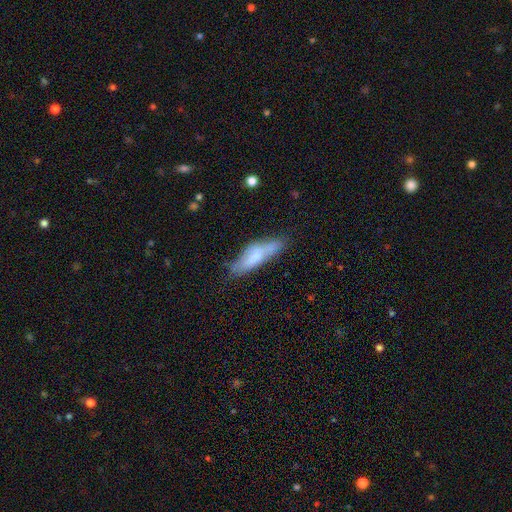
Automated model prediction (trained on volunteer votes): Q: Smooth or featured?
A: smooth (65%); runner-up: featured or disk (27%)
Q: How rounded?
A: cigar-shaped (55%); runner-up: in between (43%)
Q: Merging?
A: none (57%); runner-up: minor disturbance (28%)